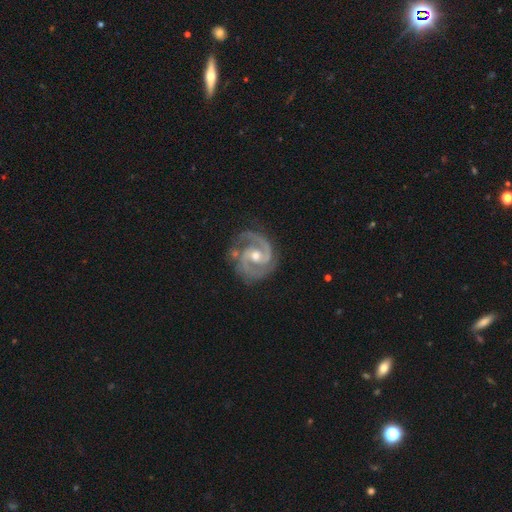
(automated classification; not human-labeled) Smooth or featured? featured or disk (92%)
Edge-on disk? no (98%)
Bar? weak (43%)
Spiral arms? yes (98%)
Spiral winding? medium (49%)
Spiral arm count? 2 (87%)
Bulge size? moderate (70%)
Merging? none (76%)